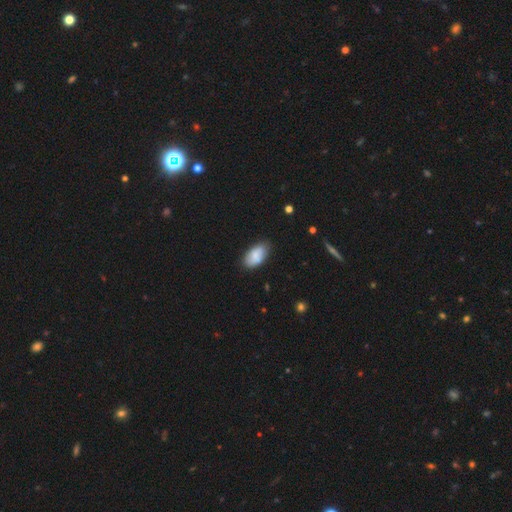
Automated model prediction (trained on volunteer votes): smooth 80%, featured or disk 13%, star or artifact 7%. Down the decision tree: how rounded — in between (94%); merging — none (74%).